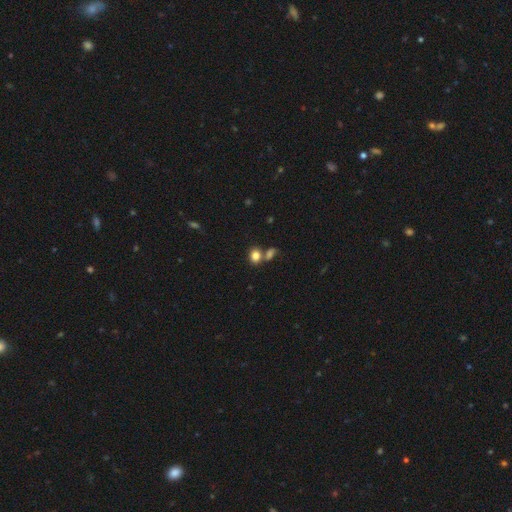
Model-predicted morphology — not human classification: This is clearly a smooth galaxy (82%). How rounded: possibly in between (51%). Merging: possibly none (51%).